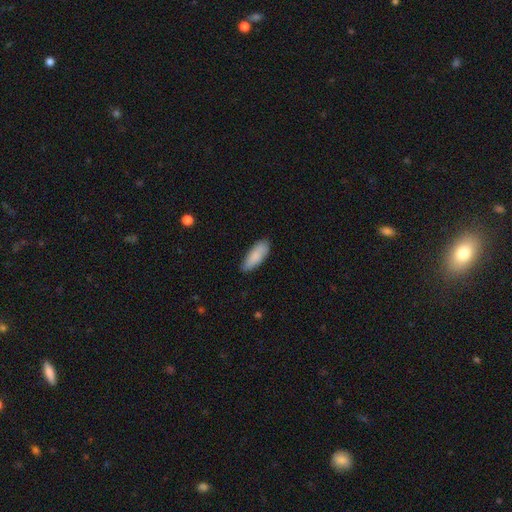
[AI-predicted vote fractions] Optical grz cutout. It shows a smooth galaxy with no disk features (87%) that is in between round and cigar-shaped (71%). Merging: none (80%).